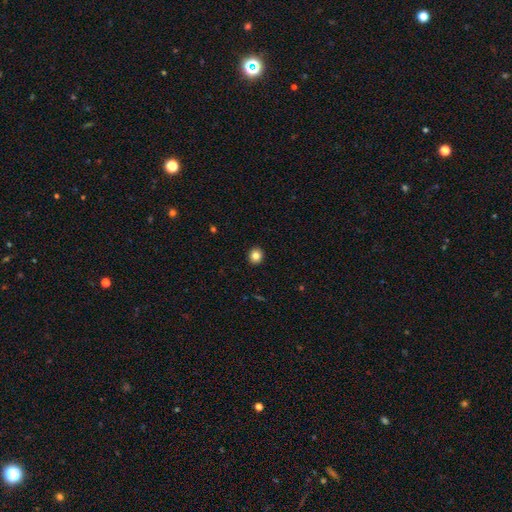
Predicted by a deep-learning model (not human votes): Smooth or featured: smooth — 84% (star or artifact — 11%)
How rounded: round — 87% (in between — 12%)
Merging: none — 93% (minor disturbance — 4%)